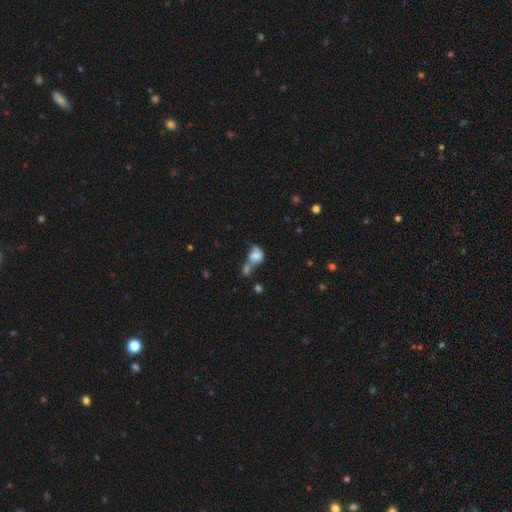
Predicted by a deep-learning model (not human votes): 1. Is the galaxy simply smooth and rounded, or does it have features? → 61% smooth, 26% featured or disk, 13% star or artifact.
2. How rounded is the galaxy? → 67% in between, 30% round, 3% cigar-shaped.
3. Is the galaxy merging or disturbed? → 58% merger, 17% none, 13% major disturbance, 11% minor disturbance.